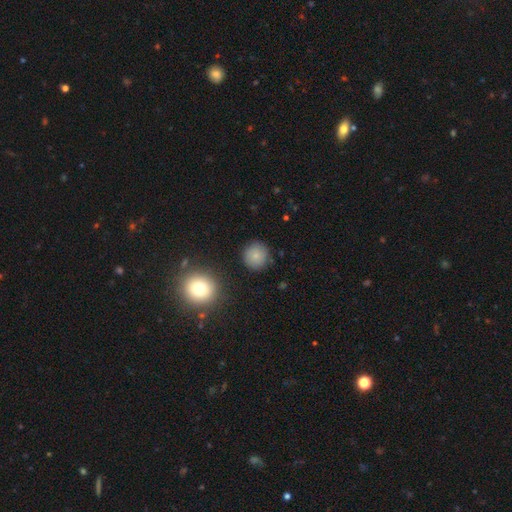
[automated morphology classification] A smooth galaxy with no disk features (82%) that is round (93%). Merging: none (87%).